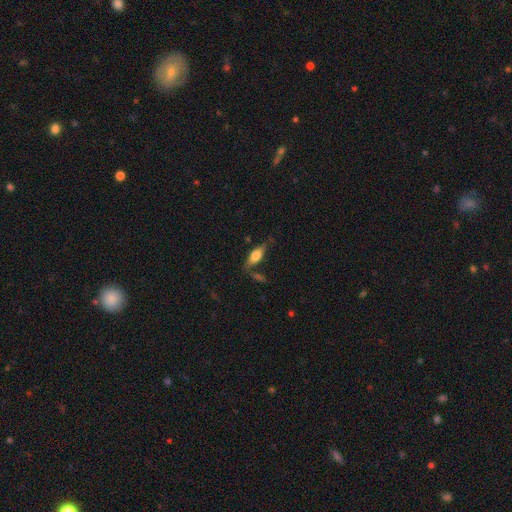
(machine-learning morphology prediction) A smooth galaxy with no disk features (54%) that is in between round and cigar-shaped (61%).

Vote fractions:
- Smooth or featured? smooth: 54% / featured or disk: 38% / star or artifact: 7%
- How rounded? in between: 61% / cigar-shaped: 36% / round: 3%
- Merging? none: 66% / minor disturbance: 19% / merger: 8% / major disturbance: 7%